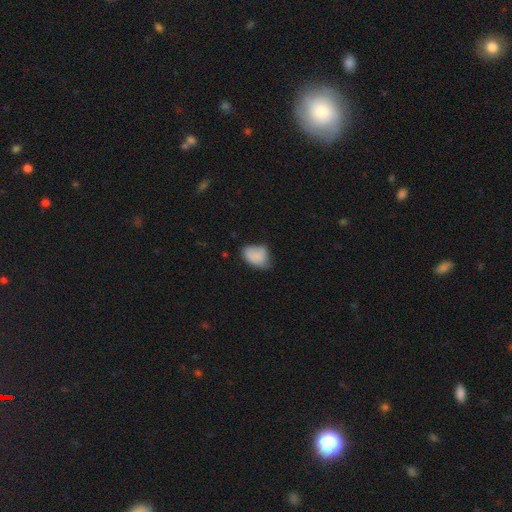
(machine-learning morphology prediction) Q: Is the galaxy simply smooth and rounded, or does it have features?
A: smooth — 81%.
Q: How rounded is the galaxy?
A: in between — 81%.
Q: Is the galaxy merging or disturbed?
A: minor disturbance — 42%.